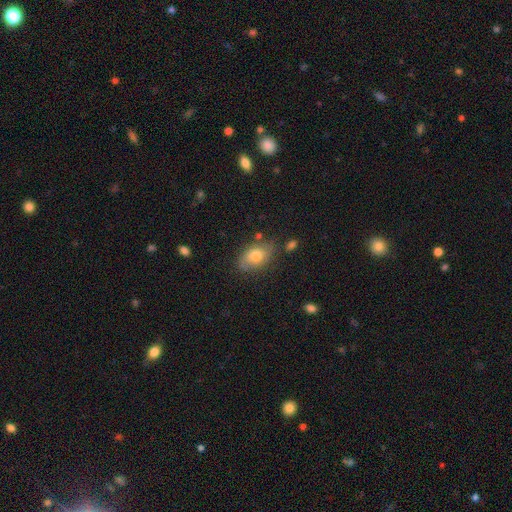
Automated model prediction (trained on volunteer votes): Smooth or featured? smooth (74%)
How rounded? in between (89%)
Merging? none (71%)